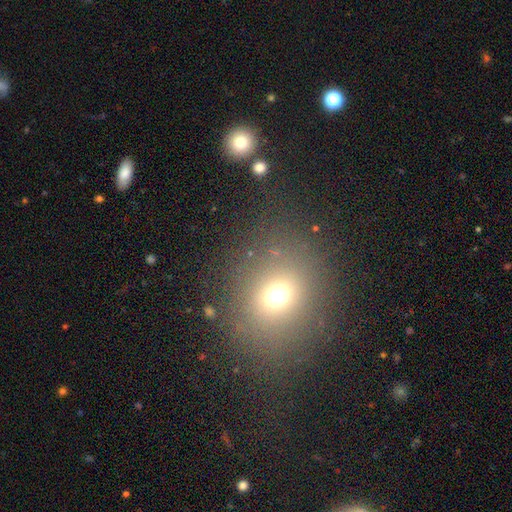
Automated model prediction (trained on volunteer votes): Smooth or featured? smooth (63%)
How rounded? round (62%)
Merging? none (83%)